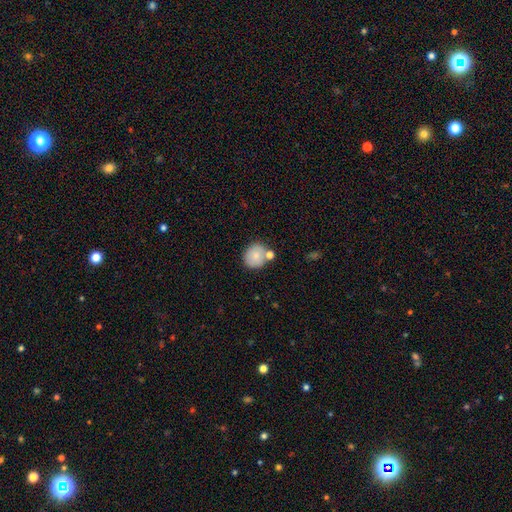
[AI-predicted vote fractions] Smooth or featured?
  - smooth: 81% *
  - featured or disk: 11%
  - star or artifact: 8%
How rounded?
  - round: 82% *
  - in between: 17%
  - cigar-shaped: 1%
Merging?
  - none: 66% *
  - merger: 18%
  - minor disturbance: 13%
  - major disturbance: 3%